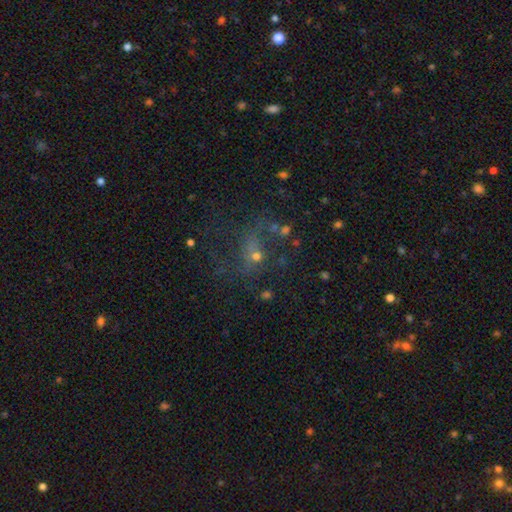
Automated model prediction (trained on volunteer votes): Smooth or featured? Predicted: smooth (p=0.37). Merging? Predicted: none (p=0.47).